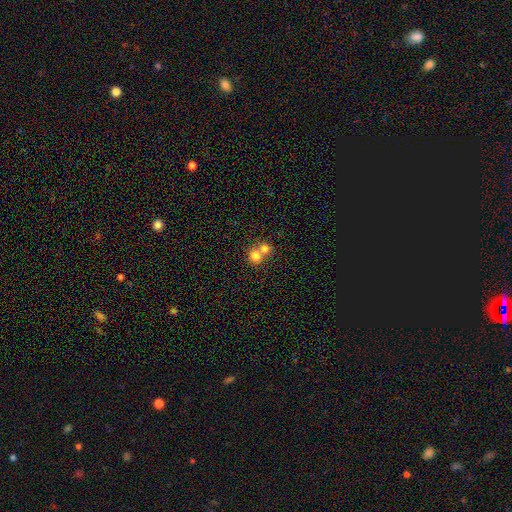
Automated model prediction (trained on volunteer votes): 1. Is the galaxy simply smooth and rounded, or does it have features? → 76% smooth, 13% featured or disk, 11% star or artifact.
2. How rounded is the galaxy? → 74% round, 25% in between, 1% cigar-shaped.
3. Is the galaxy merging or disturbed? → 64% merger, 29% none, 5% minor disturbance, 2% major disturbance.